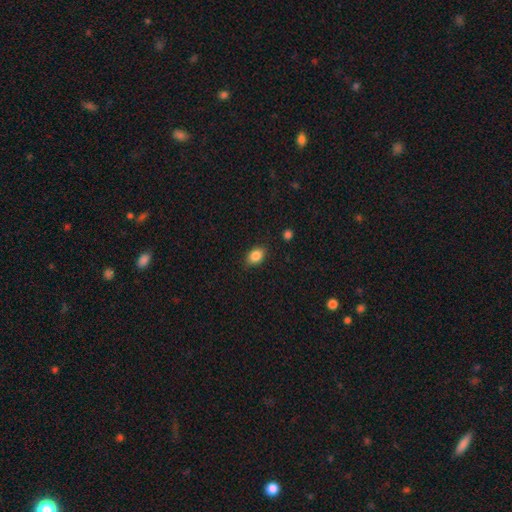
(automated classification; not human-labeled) The model was most divided on "how rounded": in between: 76%, round: 22%, cigar-shaped: 1%. More confident: smooth or featured — smooth (86%); merging — none (85%).